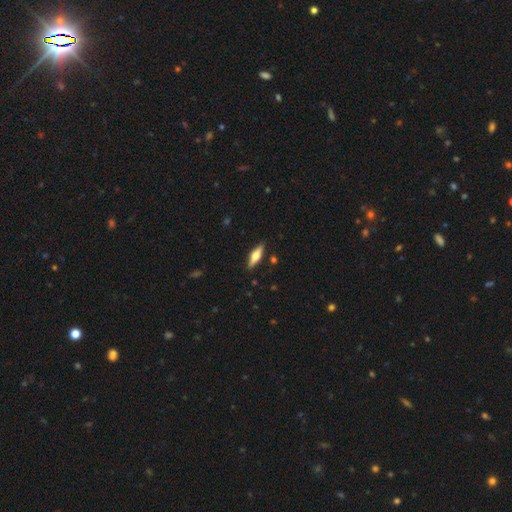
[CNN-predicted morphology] Overall: featured or disk (49%; smooth 45%). Merging: none (88%).